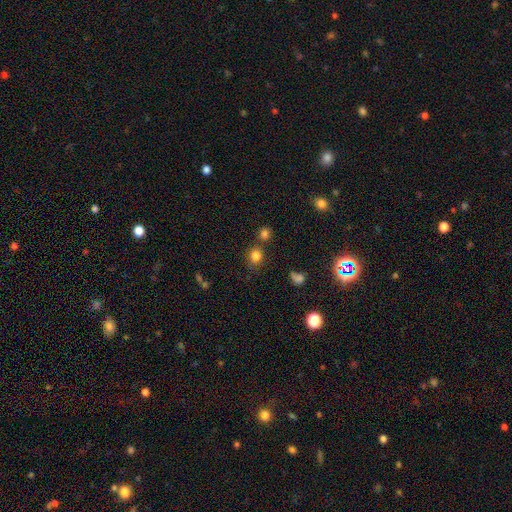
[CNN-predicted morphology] A smooth galaxy with no disk features (81%) that is round (73%).

Vote fractions:
- Smooth or featured? smooth: 81% / star or artifact: 13% / featured or disk: 6%
- How rounded? round: 73% / in between: 26% / cigar-shaped: 1%
- Merging? none: 69% / merger: 15% / minor disturbance: 11% / major disturbance: 4%